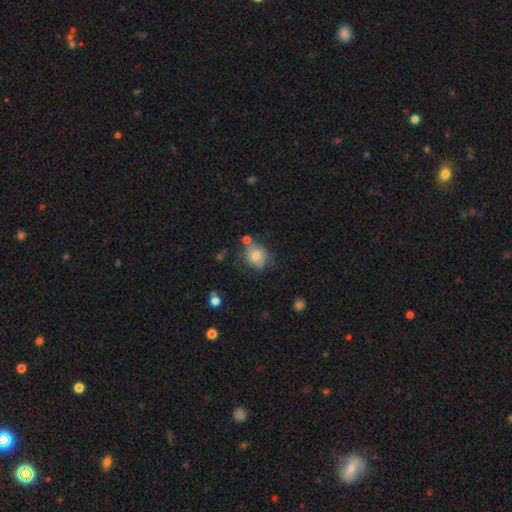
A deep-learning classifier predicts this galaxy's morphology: A smooth galaxy with no disk features (68%) that is round (69%). Merging: none (57%).